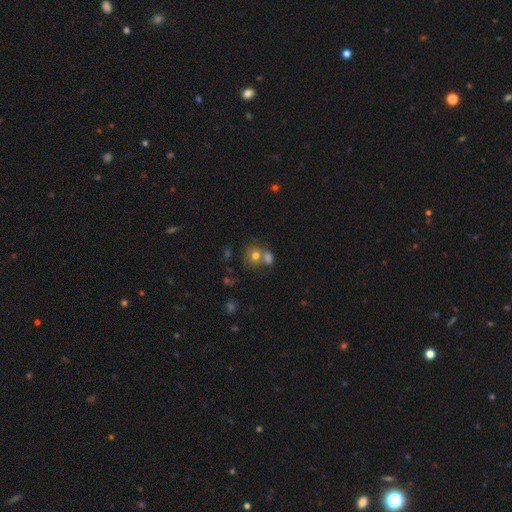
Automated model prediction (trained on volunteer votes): Q: Smooth or featured?
A: smooth (73%); runner-up: featured or disk (15%)
Q: How rounded?
A: round (72%); runner-up: in between (27%)
Q: Merging?
A: merger (44%); runner-up: none (41%)